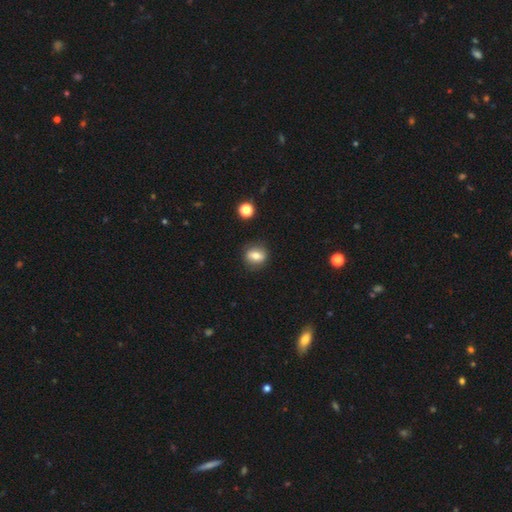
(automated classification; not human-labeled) Smooth or featured: smooth — 70% (featured or disk — 20%)
How rounded: round — 56% (in between — 41%)
Merging: none — 85% (minor disturbance — 10%)